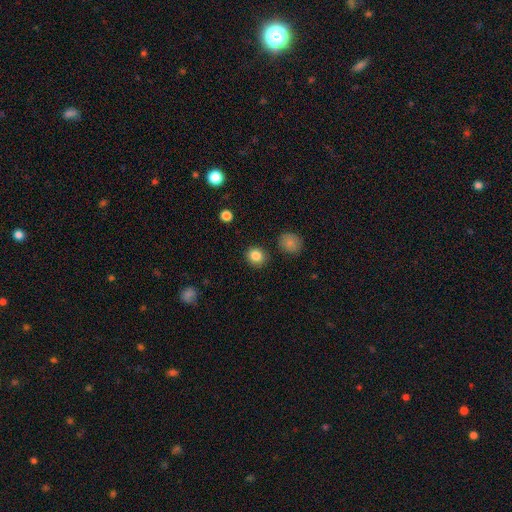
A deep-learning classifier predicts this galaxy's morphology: Smooth or featured? Predicted: smooth (p=0.85). How rounded? Predicted: round (p=0.84). Merging? Predicted: none (p=0.89).